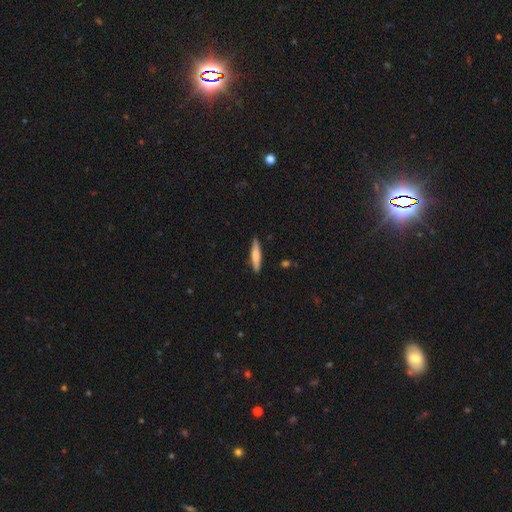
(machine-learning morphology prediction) Smooth or featured? smooth (69%)
How rounded? cigar-shaped (86%)
Merging? none (87%)